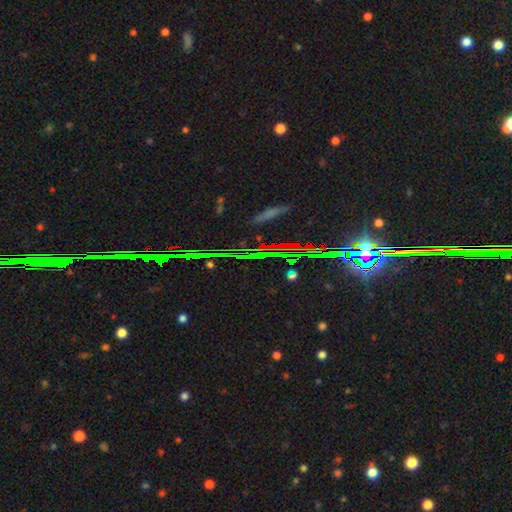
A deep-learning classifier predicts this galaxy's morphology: A star or artifact, not a galaxy (84%).

Vote fractions:
- Smooth or featured? star or artifact: 84% / featured or disk: 8% / smooth: 7%